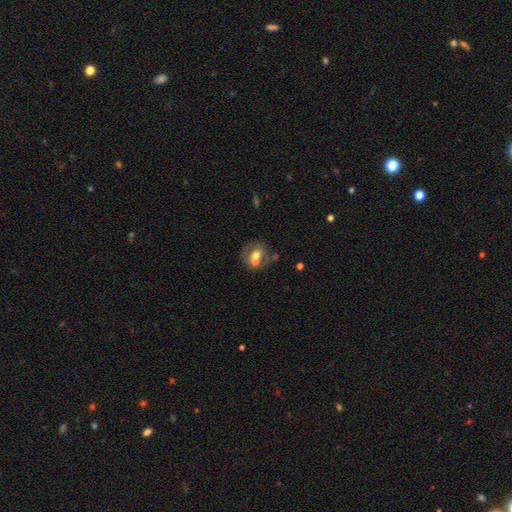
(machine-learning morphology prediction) Q: Smooth or featured?
A: featured or disk (47%); runner-up: smooth (43%)
Q: Merging?
A: none (44%); runner-up: merger (34%)